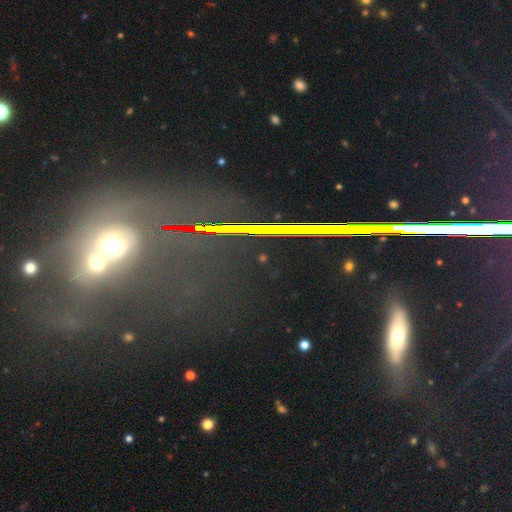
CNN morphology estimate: type=star or artifact (52%).